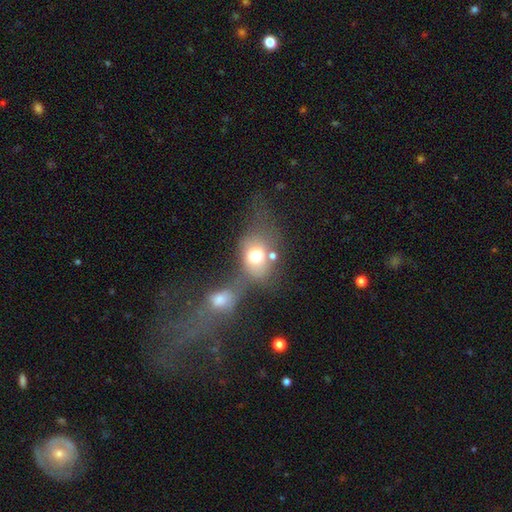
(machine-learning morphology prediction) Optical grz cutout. It shows a smooth galaxy with no disk features (68%) that is in between round and cigar-shaped (61%). Merging: merger (50%).